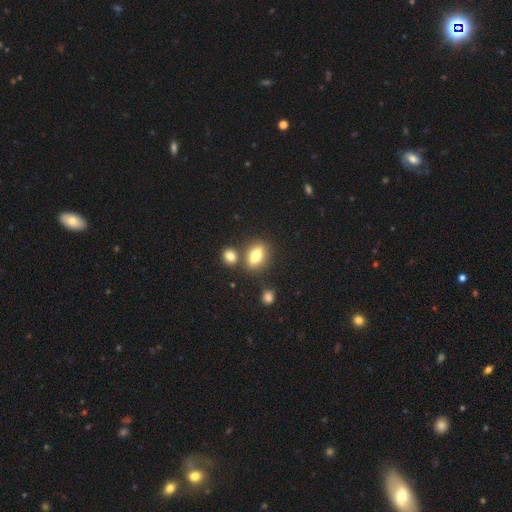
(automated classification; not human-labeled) Morphology: type=smooth (76%); roundness=in between (78%); merging=none (67%).